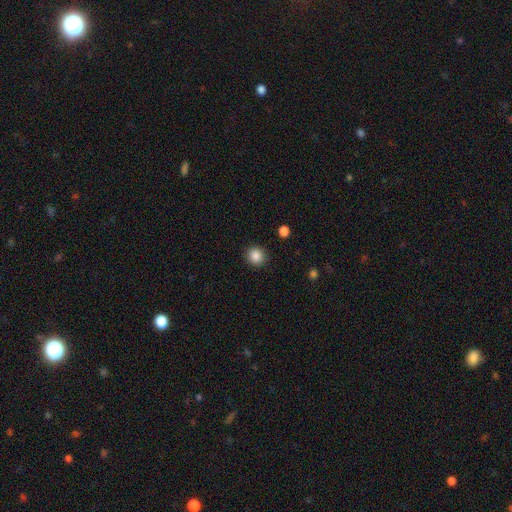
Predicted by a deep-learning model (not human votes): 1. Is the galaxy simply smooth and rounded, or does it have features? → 86% smooth, 10% star or artifact, 4% featured or disk.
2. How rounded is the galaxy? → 90% round, 9% in between, 1% cigar-shaped.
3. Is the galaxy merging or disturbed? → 91% none, 6% minor disturbance, 2% major disturbance, 1% merger.